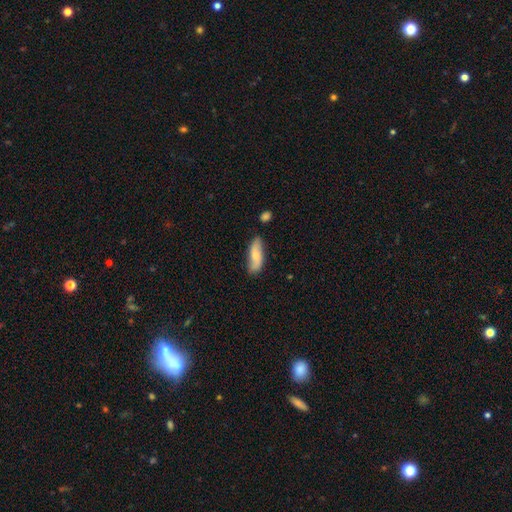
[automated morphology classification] Smooth or featured? smooth (62%)
How rounded? in between (65%)
Merging? none (70%)